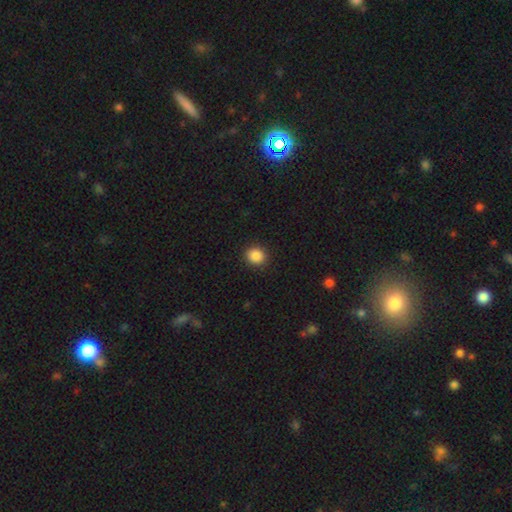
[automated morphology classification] type=smooth (87%); roundness=round (81%); merging=none (92%).